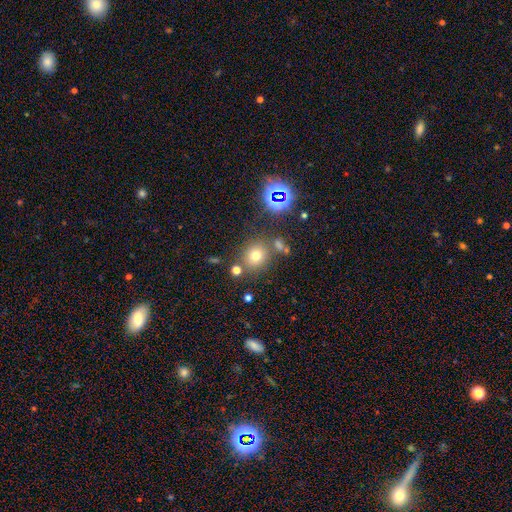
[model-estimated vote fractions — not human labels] Smooth or featured? Predicted: smooth (p=0.68). How rounded? Predicted: round (p=0.79). Merging? Predicted: none (p=0.74).